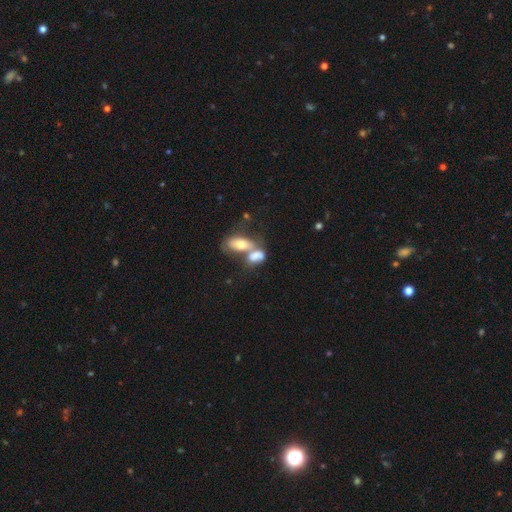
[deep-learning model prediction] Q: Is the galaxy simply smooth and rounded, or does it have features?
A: smooth — 69%.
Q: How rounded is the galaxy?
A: in between — 86%.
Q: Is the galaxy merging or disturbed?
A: merger — 67%.